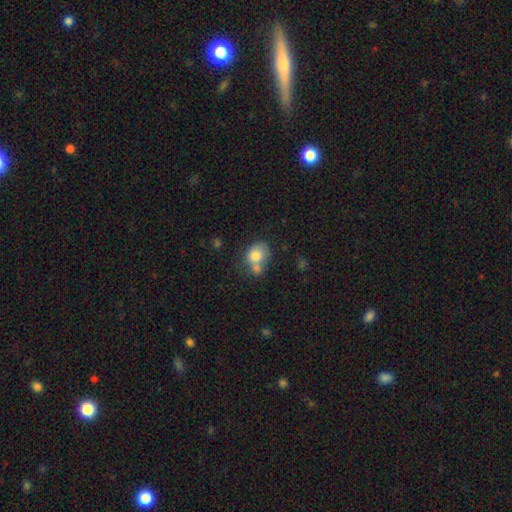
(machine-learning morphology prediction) type=smooth (75%); roundness=round (61%); merging=merger (48%).